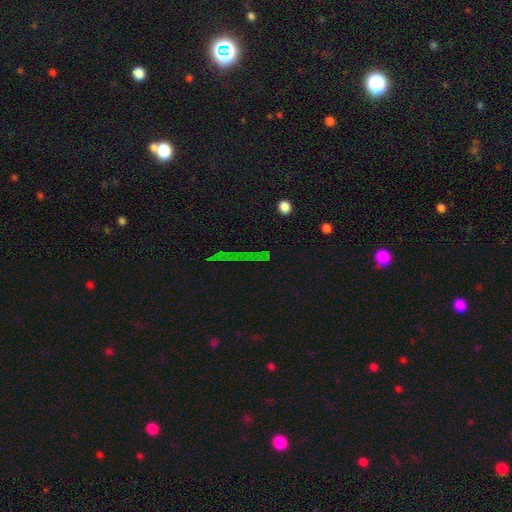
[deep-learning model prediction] Smooth or featured? star or artifact (57%)